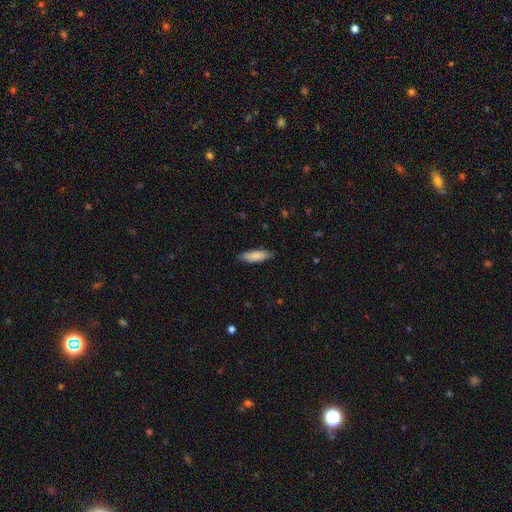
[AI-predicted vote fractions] smooth 87%, featured or disk 7%, star or artifact 5%. Down the decision tree: how rounded — in between (50%); merging — none (84%).